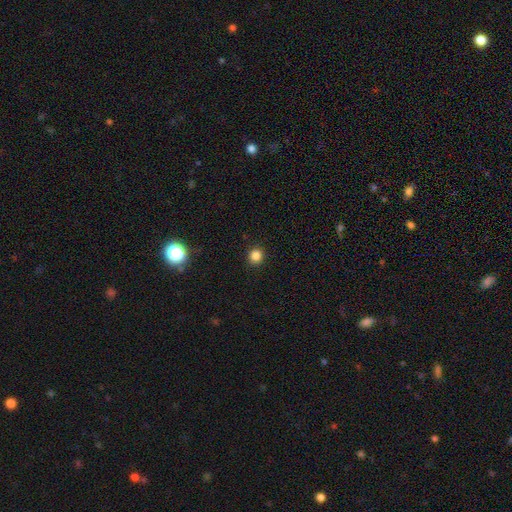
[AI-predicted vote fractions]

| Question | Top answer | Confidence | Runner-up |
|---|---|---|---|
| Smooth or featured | smooth | 84% | star or artifact (13%) |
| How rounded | round | 92% | in between (8%) |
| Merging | none | 93% | minor disturbance (5%) |